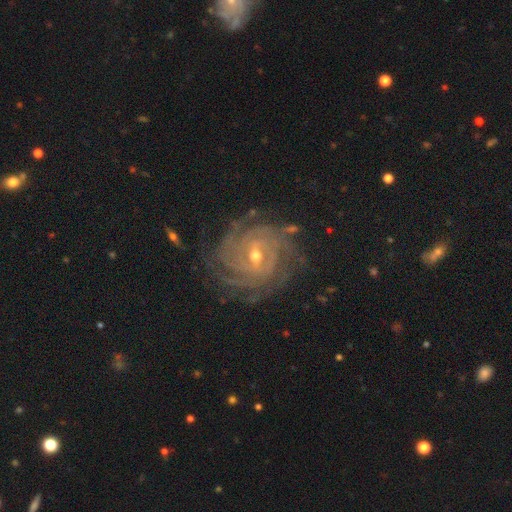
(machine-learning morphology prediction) A featured or disk galaxy (91%) with a weak bar (51%), 4 (29%) tight (77%) spiral arms (98%) and a moderate central bulge (50%). Merging: none (76%).